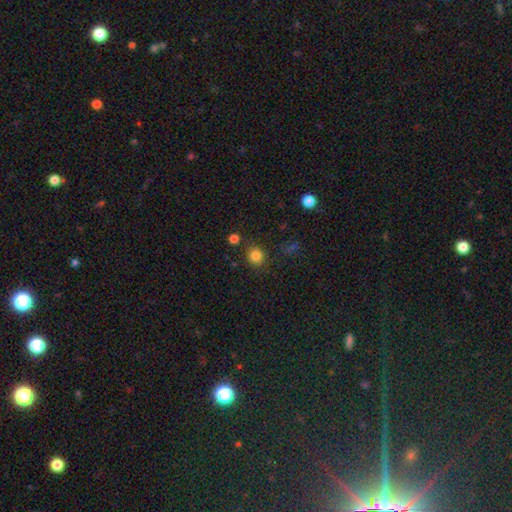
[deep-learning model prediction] Smooth or featured? smooth (82%)
How rounded? round (89%)
Merging? none (85%)